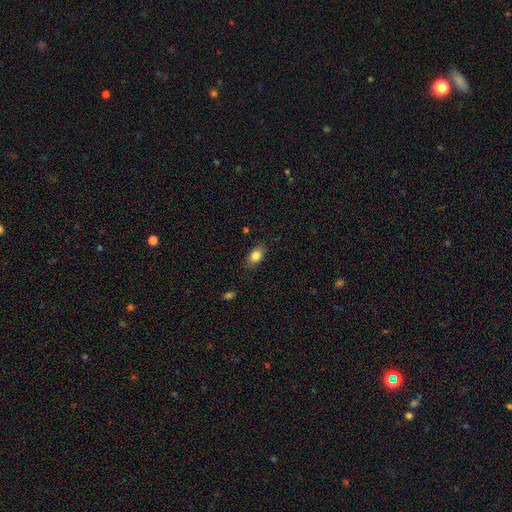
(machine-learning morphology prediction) A smooth galaxy with no disk features (83%) that is in between round and cigar-shaped (84%).

Vote fractions:
- Smooth or featured? smooth: 83% / star or artifact: 9% / featured or disk: 8%
- How rounded? in between: 84% / round: 12% / cigar-shaped: 3%
- Merging? none: 83% / minor disturbance: 13% / major disturbance: 3% / merger: 1%